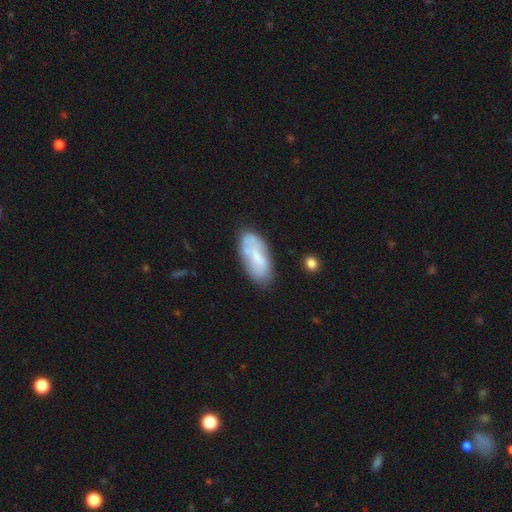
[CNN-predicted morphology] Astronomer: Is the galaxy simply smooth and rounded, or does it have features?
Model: smooth — 57% (runner-up: featured or disk, 35%).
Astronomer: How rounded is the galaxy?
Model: in between — 88%.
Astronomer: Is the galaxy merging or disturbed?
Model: none — 65%.